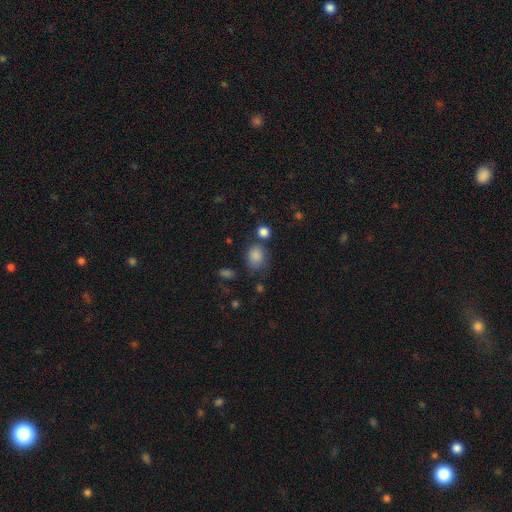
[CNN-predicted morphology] Smooth or featured?
  - smooth: 84% *
  - star or artifact: 11%
  - featured or disk: 5%
How rounded?
  - in between: 53% *
  - round: 46%
  - cigar-shaped: 1%
Merging?
  - none: 63% *
  - minor disturbance: 19%
  - merger: 11%
  - major disturbance: 7%